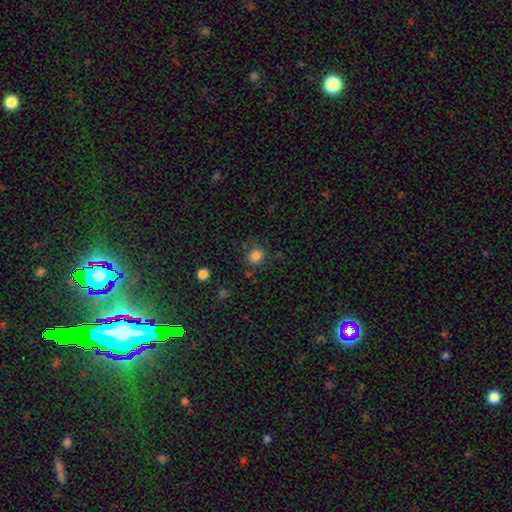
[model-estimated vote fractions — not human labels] Morphology: type=smooth (83%); roundness=round (72%); merging=none (71%).